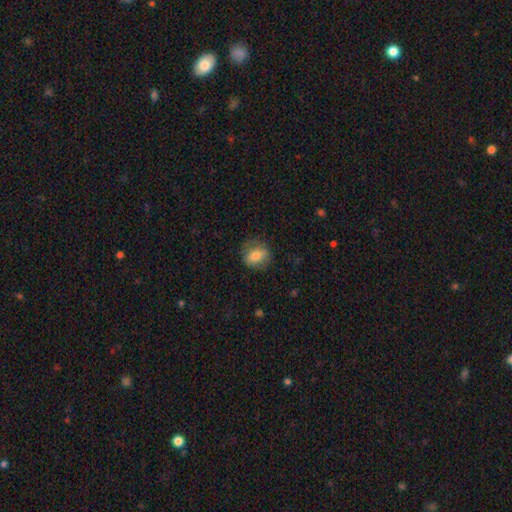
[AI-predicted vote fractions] smooth_or_featured: smooth (p=0.71) [alt: featured or disk p=0.21]
how_rounded: round (p=0.50) [alt: in between p=0.48]
merging: none (p=0.74) [alt: minor disturbance p=0.18]